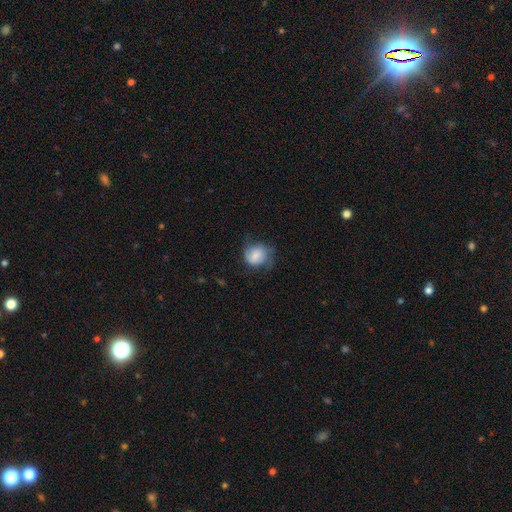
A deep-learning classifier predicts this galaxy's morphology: Smooth or featured?
  - smooth: 62% *
  - featured or disk: 30%
  - star or artifact: 8%
How rounded?
  - round: 74% *
  - in between: 25%
  - cigar-shaped: 1%
Merging?
  - none: 52% *
  - minor disturbance: 29%
  - major disturbance: 17%
  - merger: 1%